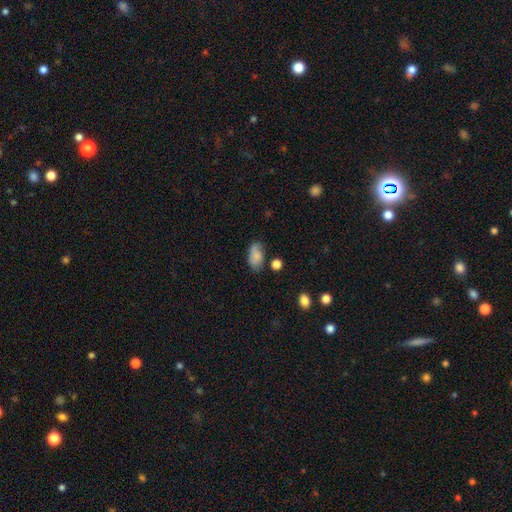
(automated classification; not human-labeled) Smooth or featured: smooth — 81% (featured or disk — 11%)
How rounded: in between — 92% (round — 5%)
Merging: none — 66% (minor disturbance — 23%)